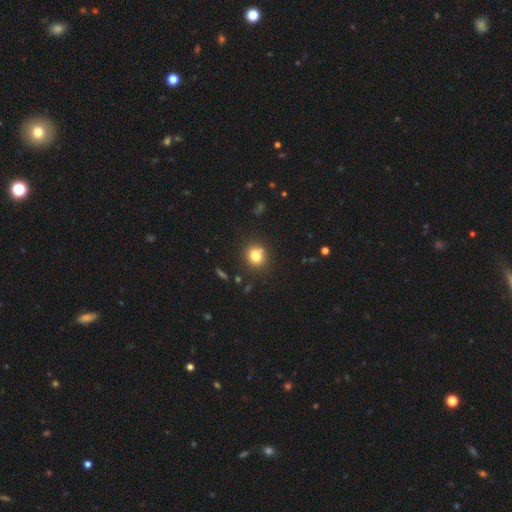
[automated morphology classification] This appears to be a smooth galaxy with no disk features (79%) that is round (80%). Merging: none (82%).